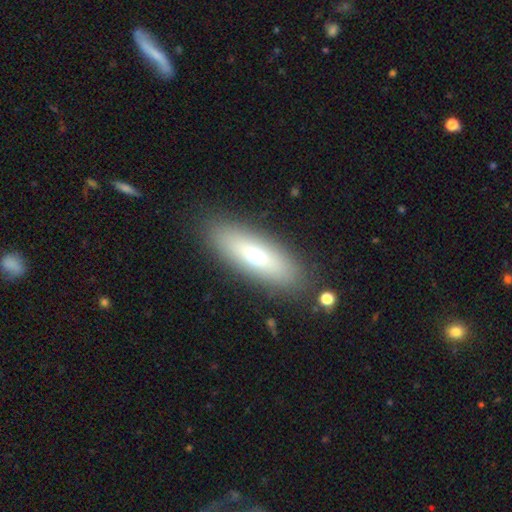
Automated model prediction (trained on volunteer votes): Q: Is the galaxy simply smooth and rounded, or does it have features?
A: smooth — 60%.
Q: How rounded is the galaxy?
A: in between — 54%.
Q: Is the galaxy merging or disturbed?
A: none — 87%.